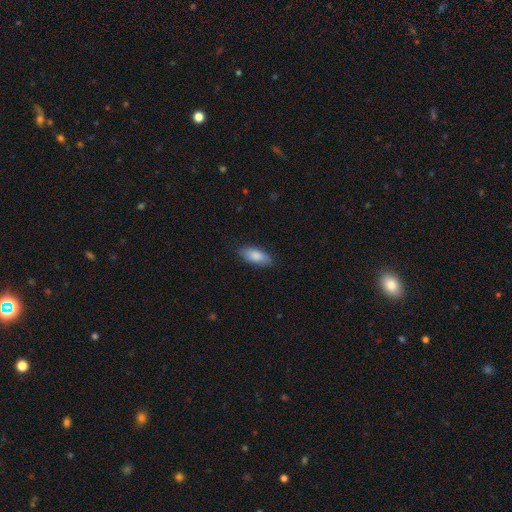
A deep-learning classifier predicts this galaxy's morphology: Smooth or featured? Predicted: smooth (p=0.85). How rounded? Predicted: in between (p=0.83). Merging? Predicted: none (p=0.83).